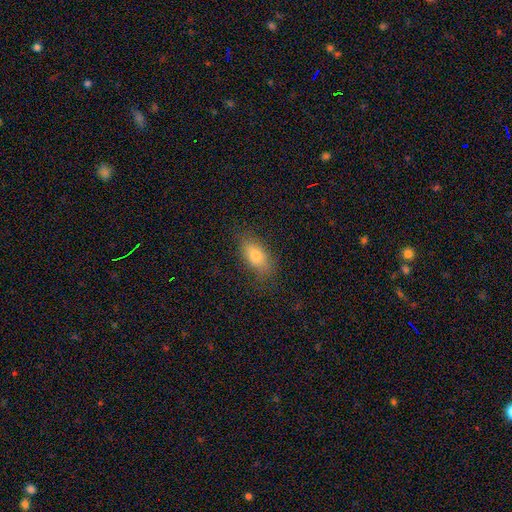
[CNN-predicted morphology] smooth-or-featured: smooth: 75% | featured or disk: 16% | star or artifact: 9%
  how-rounded: in between: 85% | cigar-shaped: 9% | round: 6%
  merging: none: 80% | minor disturbance: 14% | major disturbance: 4% | merger: 1%